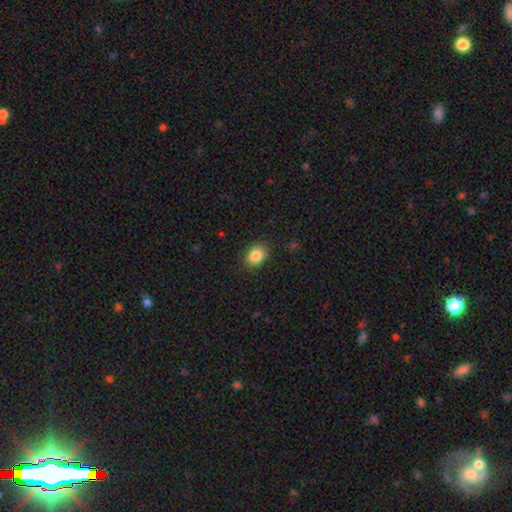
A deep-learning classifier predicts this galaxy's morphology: smooth-or-featured: smooth: 86% | star or artifact: 9% | featured or disk: 5%
  how-rounded: in between: 64% | round: 35% | cigar-shaped: 1%
  merging: none: 85% | minor disturbance: 11% | major disturbance: 3% | merger: 1%